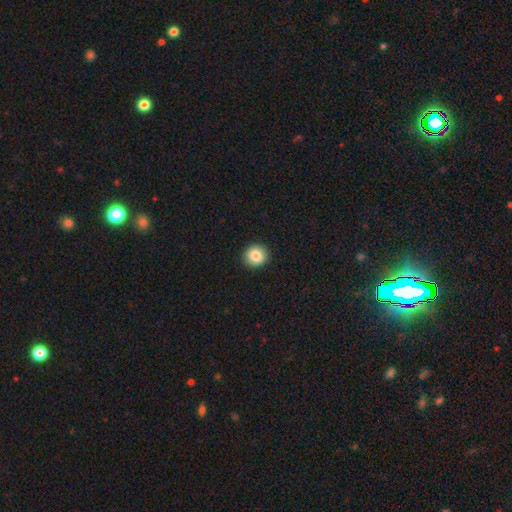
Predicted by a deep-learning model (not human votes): This is clearly a smooth galaxy (86%). How rounded: clearly round (91%). Merging: clearly none (93%).